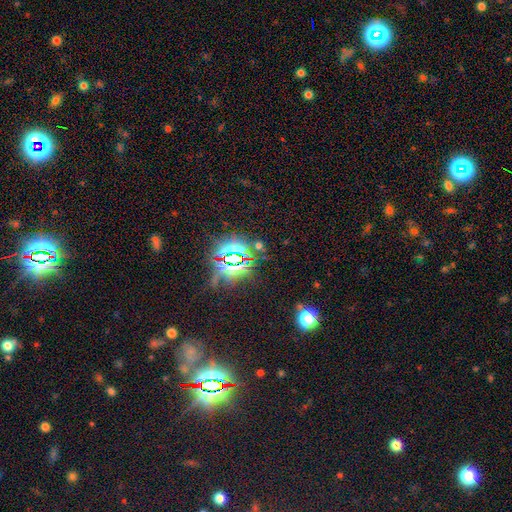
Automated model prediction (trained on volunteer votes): This appears to be a star or artifact, not a galaxy (82%).